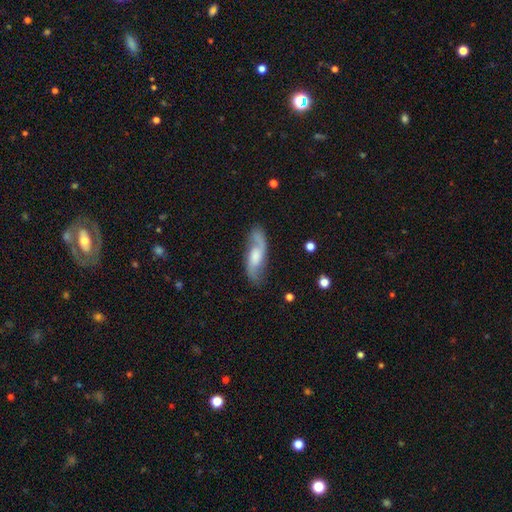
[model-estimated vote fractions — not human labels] Overall: featured or disk (71%). Edge-on disk: no (86%). Bar: no (48%; weak 42%). Spiral arms: yes (94%). Spiral arm count: 2 (87%). Spiral winding: loose (56%; medium 34%). Bulge size: moderate (40%; large 24%). Merging: none (75%).